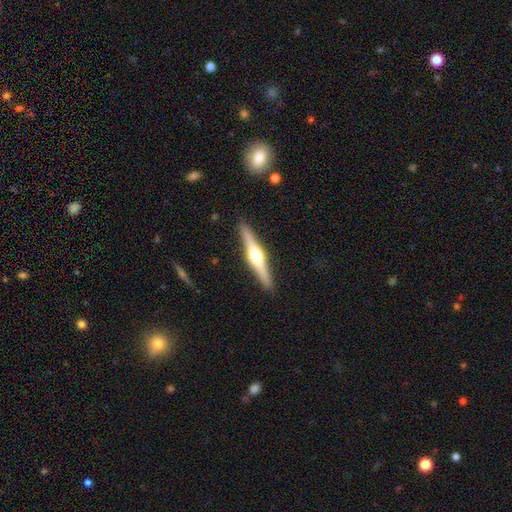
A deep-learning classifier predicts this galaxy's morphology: Smooth or featured: featured or disk — 73% (smooth — 22%)
Edge-on disk: yes — 98% (no — 2%)
Edge-on bulge: rounded — 92% (boxy — 5%)
Merging: none — 91% (minor disturbance — 7%)